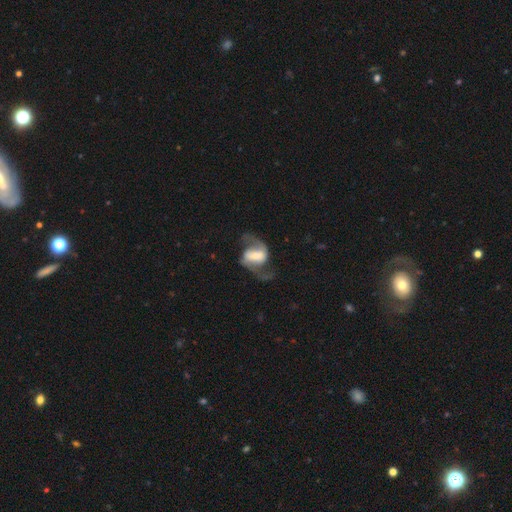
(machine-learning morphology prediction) A featured or disk galaxy (83%) with a strong bar (44%), 2 (92%) loose (48%) spiral arms (93%) and a moderate central bulge (34%). Merging: none (66%).